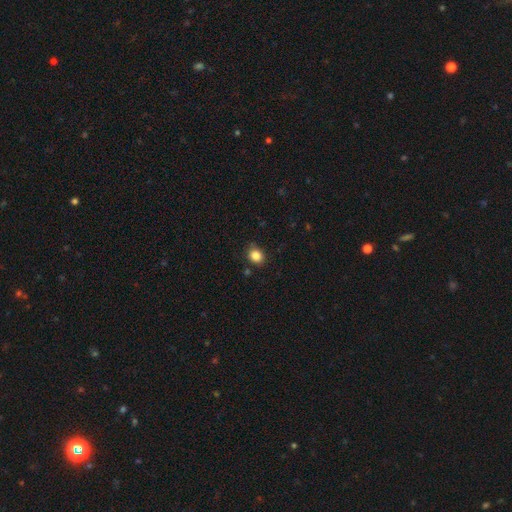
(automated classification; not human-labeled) Smooth or featured: smooth — 85% (star or artifact — 10%)
How rounded: round — 61% (in between — 38%)
Merging: none — 83% (minor disturbance — 12%)